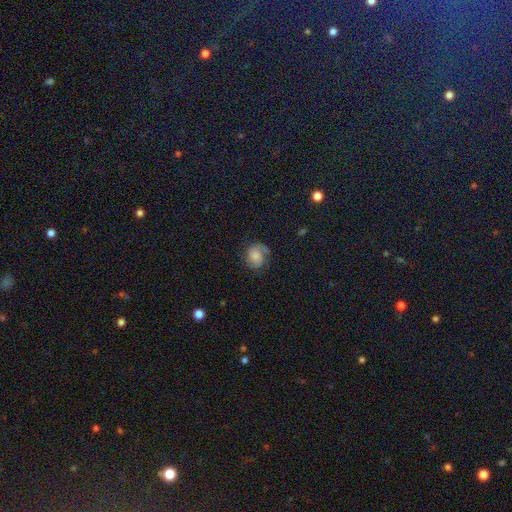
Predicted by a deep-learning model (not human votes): Morphology: type=smooth (54%); roundness=round (68%); merging=none (61%).